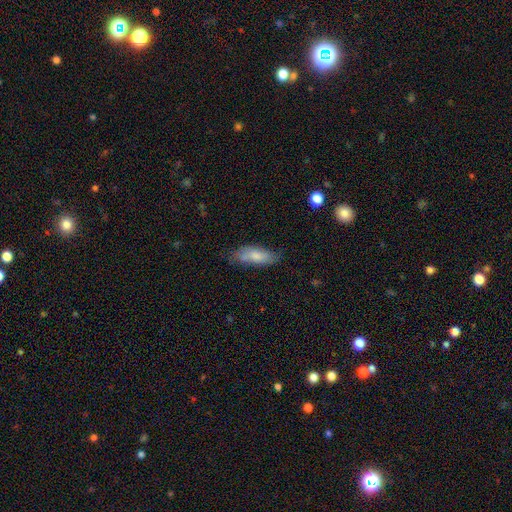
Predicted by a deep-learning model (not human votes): Smooth or featured?
  - smooth: 70% *
  - featured or disk: 23%
  - star or artifact: 6%
How rounded?
  - in between: 70% *
  - cigar-shaped: 28%
  - round: 2%
Merging?
  - none: 64% *
  - minor disturbance: 27%
  - major disturbance: 7%
  - merger: 2%